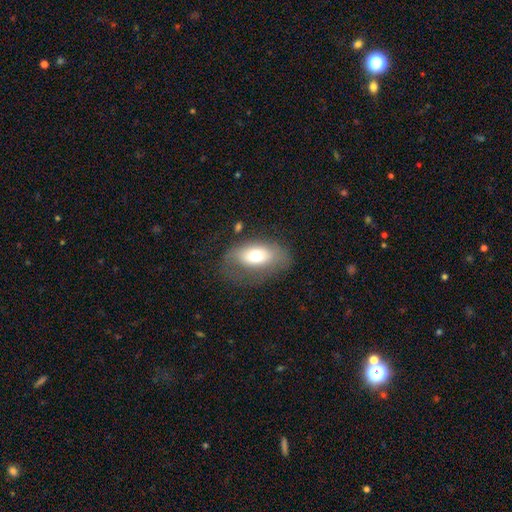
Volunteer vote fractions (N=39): Q: Smooth or featured?
A: smooth (62%); runner-up: featured or disk (28%)
Q: How rounded?
A: in between (100%)
Q: Merging?
A: none (69%); runner-up: minor disturbance (23%)